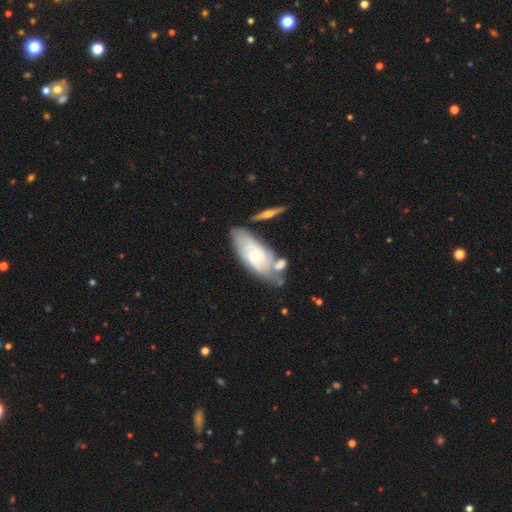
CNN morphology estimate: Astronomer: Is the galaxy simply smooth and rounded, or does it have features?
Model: featured or disk — 69%.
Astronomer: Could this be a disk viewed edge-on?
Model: no — 87%.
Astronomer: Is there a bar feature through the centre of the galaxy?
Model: no — 73%.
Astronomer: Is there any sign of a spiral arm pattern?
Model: yes — 80%.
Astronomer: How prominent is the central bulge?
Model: small — 48%, tied with moderate at 48%.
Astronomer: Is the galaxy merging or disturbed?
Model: none — 51%.